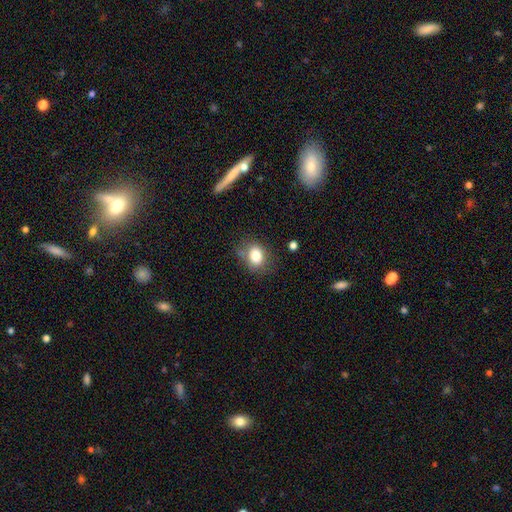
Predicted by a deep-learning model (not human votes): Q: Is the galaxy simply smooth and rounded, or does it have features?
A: smooth — 81%.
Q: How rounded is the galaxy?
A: in between — 55%.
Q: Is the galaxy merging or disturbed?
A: none — 68%.